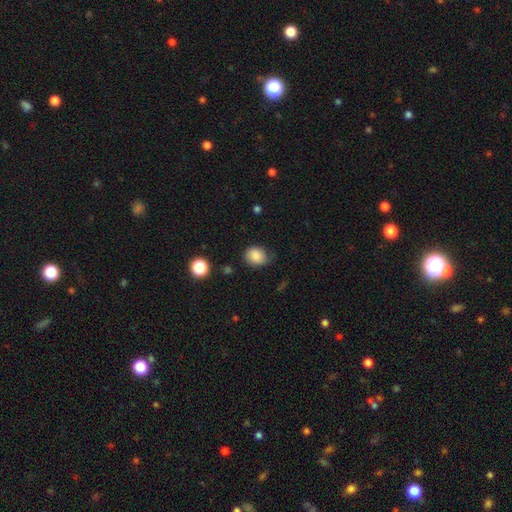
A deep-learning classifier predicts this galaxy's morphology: smooth-or-featured: smooth: 85% | star or artifact: 9% | featured or disk: 6%
  how-rounded: round: 58% | in between: 41% | cigar-shaped: 1%
  merging: none: 68% | minor disturbance: 25% | major disturbance: 6% | merger: 2%